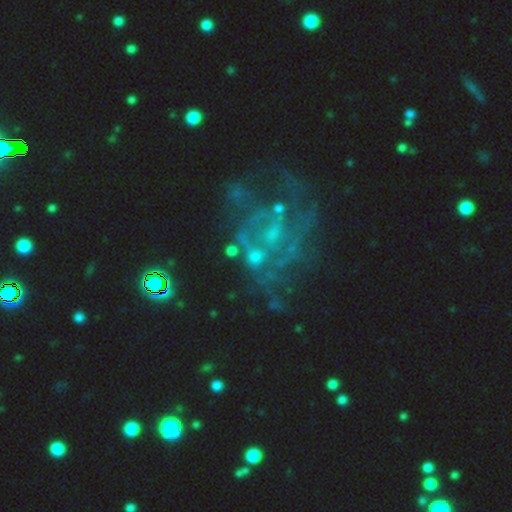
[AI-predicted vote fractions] smooth_or_featured: featured or disk (p=0.69) [alt: star or artifact p=0.20]
disk_edge_on: no (p=0.97) [alt: yes p=0.03]
bar: no (p=0.64) [alt: weak p=0.28]
has_spiral_arms: yes (p=0.68) [alt: no p=0.32]
bulge_size: small (p=0.46) [alt: none p=0.26]
merging: none (p=0.40) [alt: major disturbance p=0.32]